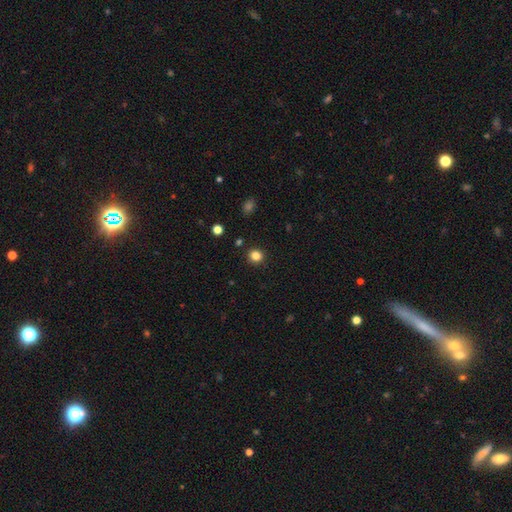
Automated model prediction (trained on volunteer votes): This appears to be a smooth galaxy with no disk features (84%) that is round (88%). Merging: none (91%).